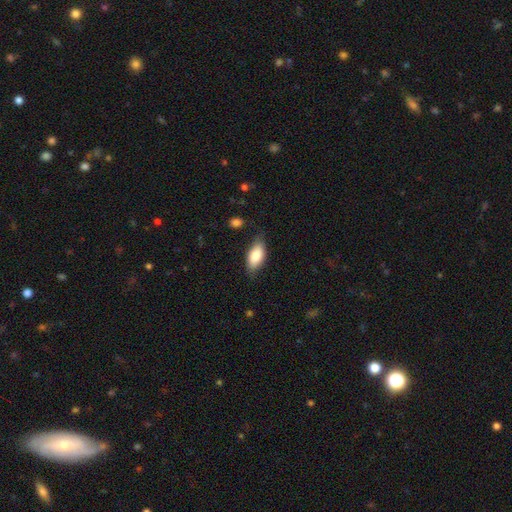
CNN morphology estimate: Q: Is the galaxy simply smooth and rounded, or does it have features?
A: smooth — 83%.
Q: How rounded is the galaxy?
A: in between — 88%.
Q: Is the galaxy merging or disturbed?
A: none — 72%.